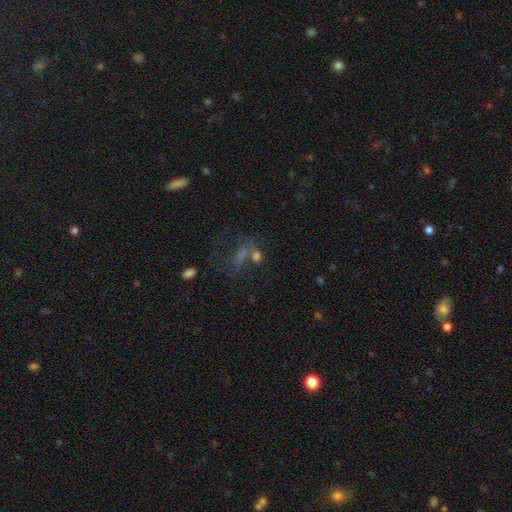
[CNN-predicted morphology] Smooth or featured?
  - smooth: 45% *
  - star or artifact: 29%
  - featured or disk: 25%
Merging?
  - none: 34% *
  - merger: 33%
  - major disturbance: 20%
  - minor disturbance: 13%